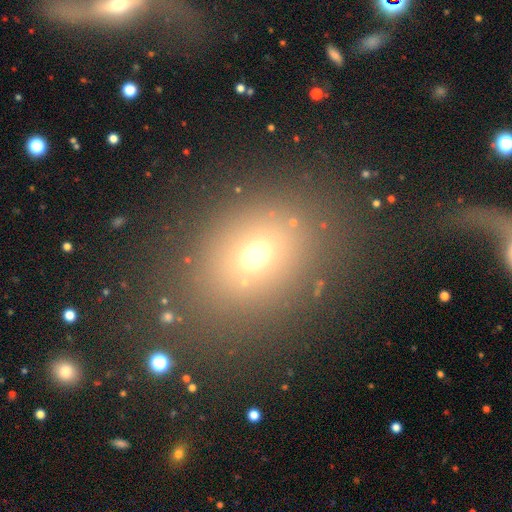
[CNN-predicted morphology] The model was most divided on "how rounded": in between: 53%, round: 45%, cigar-shaped: 2%. More confident: merging — none (81%); smooth or featured — smooth (64%).